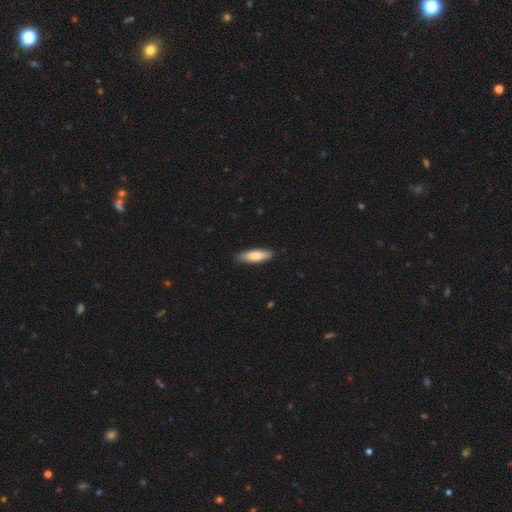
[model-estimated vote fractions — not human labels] Smooth or featured: smooth — 77% (featured or disk — 18%)
How rounded: cigar-shaped — 55% (in between — 43%)
Merging: none — 86% (minor disturbance — 11%)